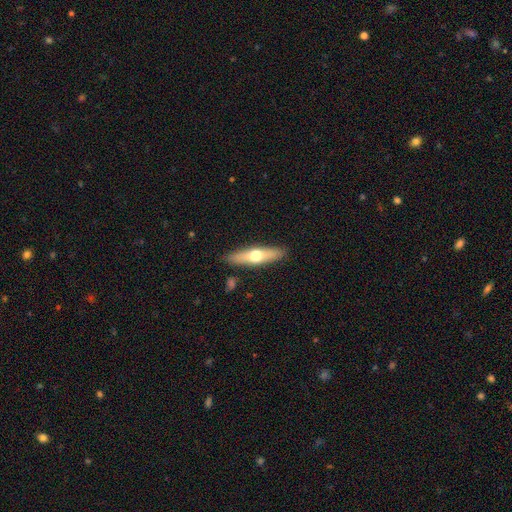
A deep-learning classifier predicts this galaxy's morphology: This appears to be a smooth galaxy with no disk features (47%, tied with featured or disk). Merging: none (88%).